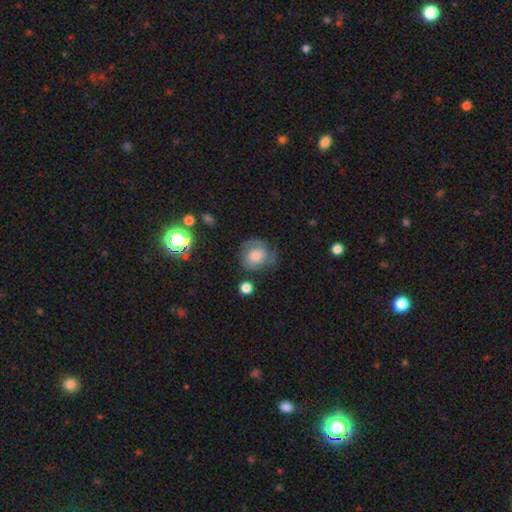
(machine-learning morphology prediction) Smooth or featured? smooth (52%)
How rounded? round (76%)
Merging? none (58%)